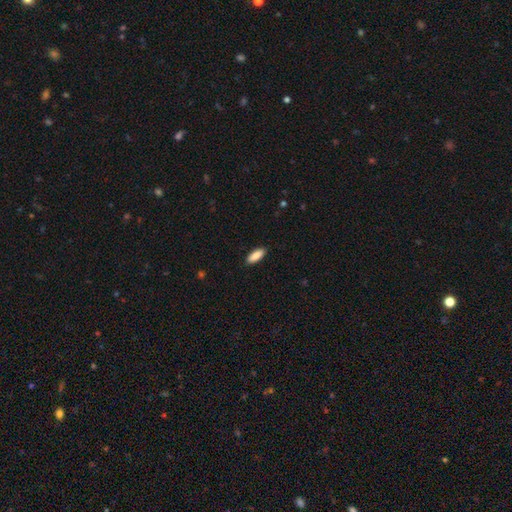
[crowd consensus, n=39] smooth 90%, featured or disk 8%, star or artifact 3%. Down the decision tree: how rounded — in between (71%); merging — none (84%).